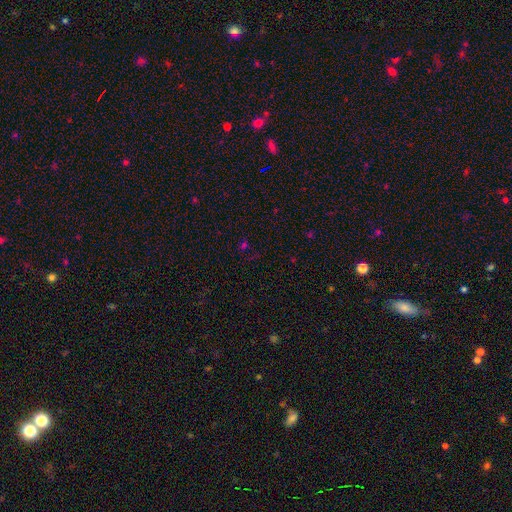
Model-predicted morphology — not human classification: This appears to be a star or artifact, not a galaxy (61%).